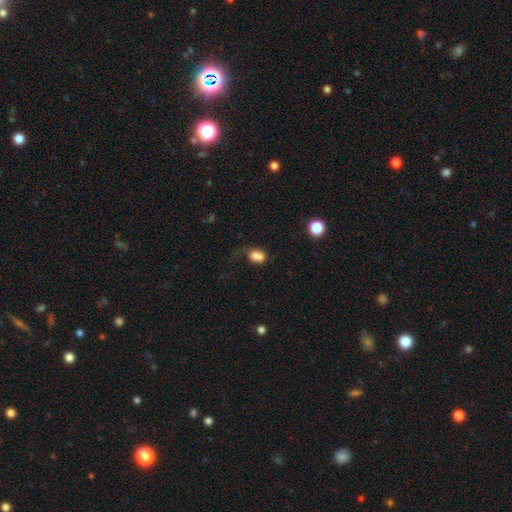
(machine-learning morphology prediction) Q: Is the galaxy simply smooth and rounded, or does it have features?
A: smooth — 79%.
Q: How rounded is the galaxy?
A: in between — 67%.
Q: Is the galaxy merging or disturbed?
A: none — 35%.